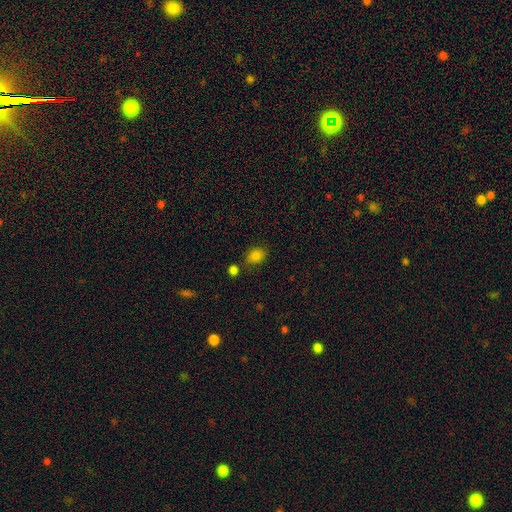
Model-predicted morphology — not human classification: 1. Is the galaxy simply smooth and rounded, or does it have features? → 82% smooth, 13% star or artifact, 5% featured or disk.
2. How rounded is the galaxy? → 62% in between, 37% round, 1% cigar-shaped.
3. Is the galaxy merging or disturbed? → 71% none, 15% minor disturbance, 9% merger, 4% major disturbance.